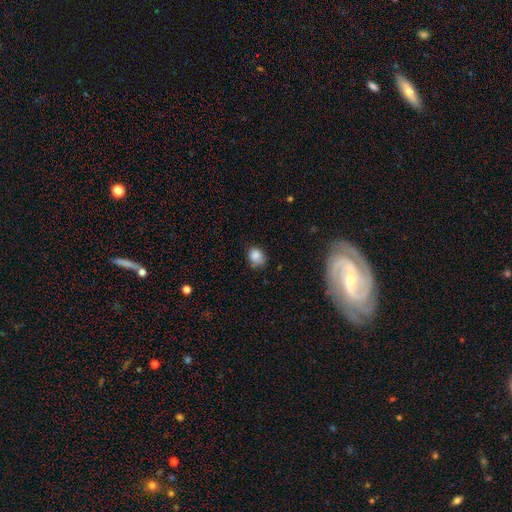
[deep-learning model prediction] Q: Smooth or featured?
A: smooth (84%); runner-up: star or artifact (10%)
Q: How rounded?
A: round (50%); runner-up: in between (49%)
Q: Merging?
A: none (66%); runner-up: minor disturbance (27%)